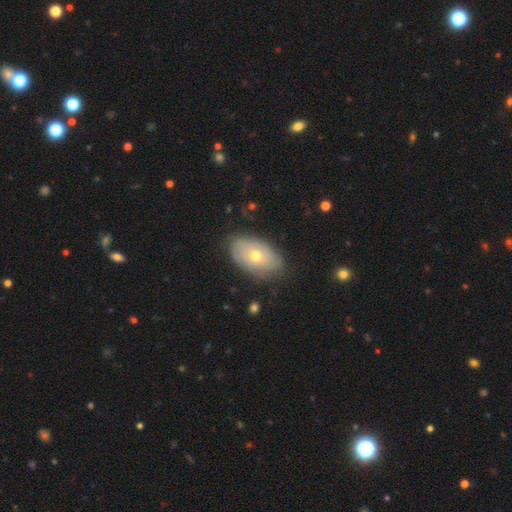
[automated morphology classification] This appears to be a featured or disk galaxy (51%). Merging: none (76%).